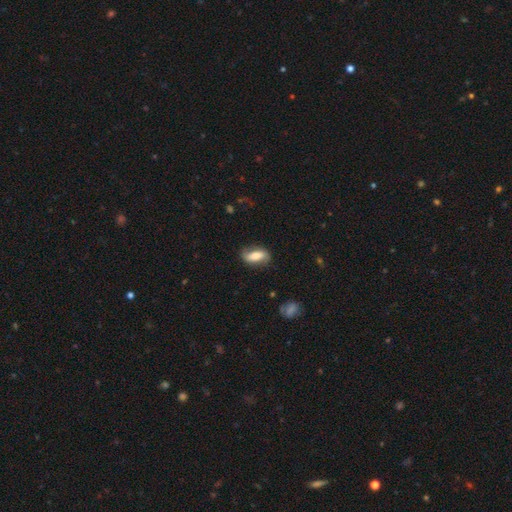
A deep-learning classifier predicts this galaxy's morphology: Smooth or featured?
  - smooth: 59% *
  - featured or disk: 34%
  - star or artifact: 7%
How rounded?
  - in between: 85% *
  - cigar-shaped: 11%
  - round: 4%
Merging?
  - none: 75% *
  - minor disturbance: 18%
  - major disturbance: 5%
  - merger: 1%